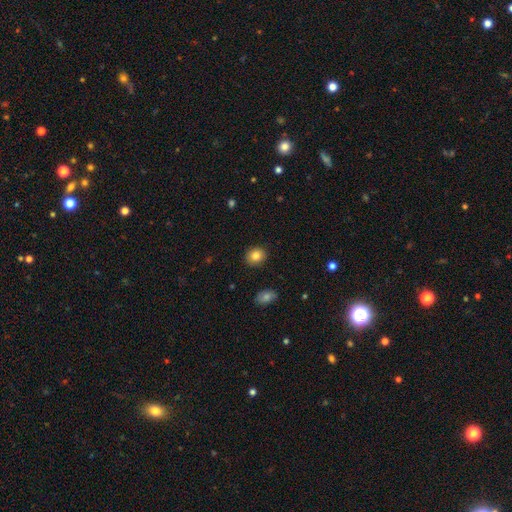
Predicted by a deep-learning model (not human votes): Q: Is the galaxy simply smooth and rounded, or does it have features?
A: smooth — 84%.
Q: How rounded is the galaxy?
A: round — 70%.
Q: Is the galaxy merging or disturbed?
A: none — 91%.